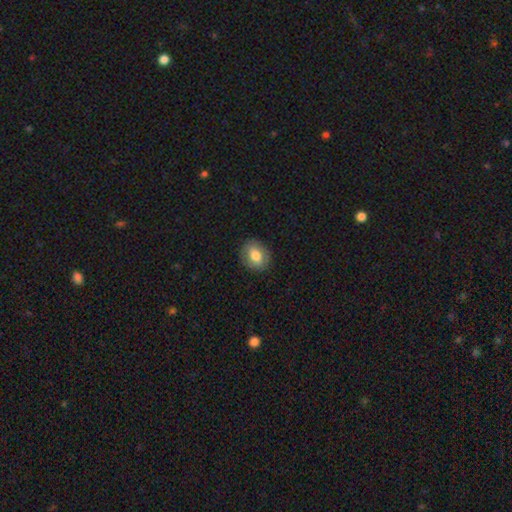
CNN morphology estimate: Smooth or featured? Predicted: smooth (p=0.76). How rounded? Predicted: round (p=0.60). Merging? Predicted: none (p=0.87).